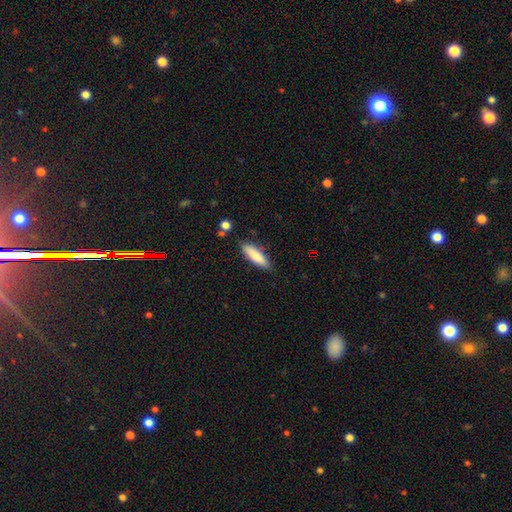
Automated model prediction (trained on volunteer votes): Smooth or featured: smooth — 83% (featured or disk — 11%)
How rounded: cigar-shaped — 58% (in between — 40%)
Merging: none — 84% (minor disturbance — 11%)